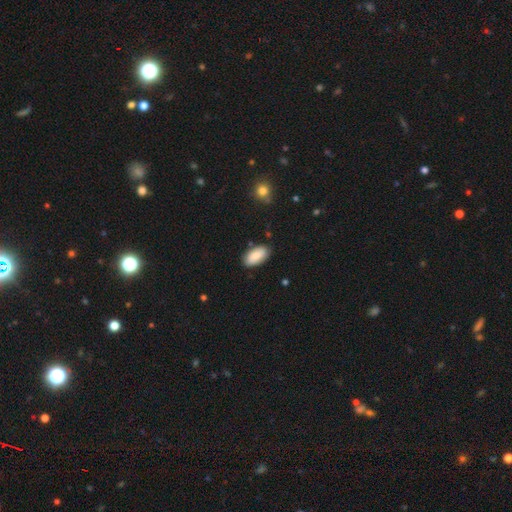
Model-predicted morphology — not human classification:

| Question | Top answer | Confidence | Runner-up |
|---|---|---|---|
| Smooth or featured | smooth | 86% | featured or disk (8%) |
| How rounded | in between | 95% | cigar-shaped (3%) |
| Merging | none | 85% | minor disturbance (11%) |